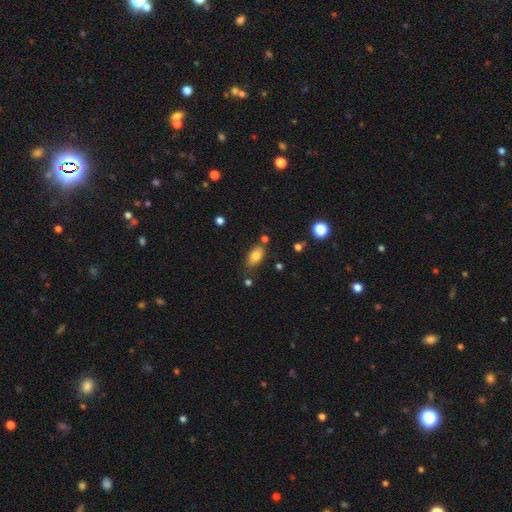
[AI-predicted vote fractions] Overall: smooth (80%). How rounded: in between (88%). Merging: none (70%).